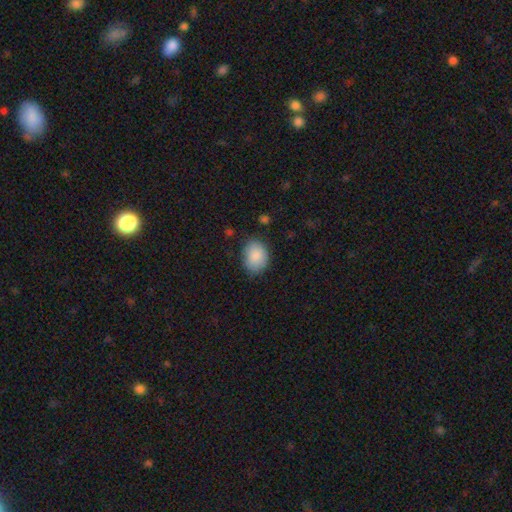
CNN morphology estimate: Overall: smooth (89%). How rounded: in between (65%; round 34%). Merging: none (78%).